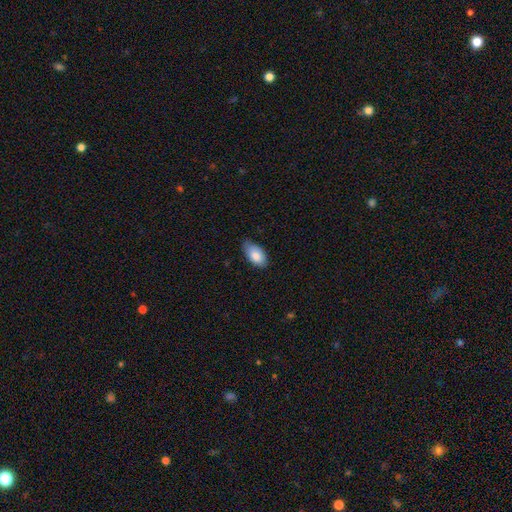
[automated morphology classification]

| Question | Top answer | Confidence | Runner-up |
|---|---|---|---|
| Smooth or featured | smooth | 83% | featured or disk (10%) |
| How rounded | in between | 94% | round (4%) |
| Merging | none | 71% | minor disturbance (25%) |